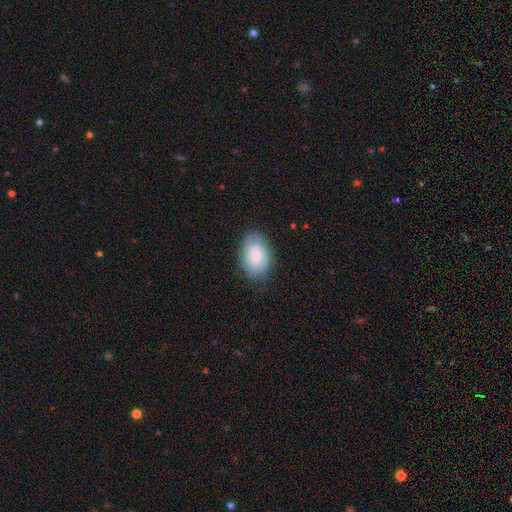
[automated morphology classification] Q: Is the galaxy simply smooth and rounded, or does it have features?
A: smooth — 55%.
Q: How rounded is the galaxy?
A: in between — 84%.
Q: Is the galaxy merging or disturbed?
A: none — 77%.